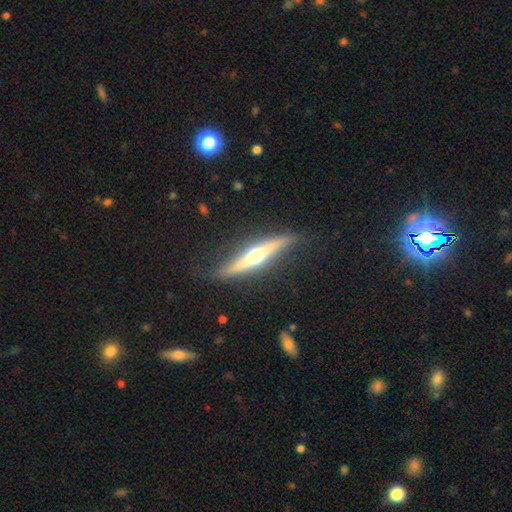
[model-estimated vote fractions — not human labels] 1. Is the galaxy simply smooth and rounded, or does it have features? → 76% featured or disk, 19% smooth, 5% star or artifact.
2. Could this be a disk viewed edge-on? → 96% yes, 4% no.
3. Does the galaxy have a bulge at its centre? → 94% rounded, 3% none, 3% boxy.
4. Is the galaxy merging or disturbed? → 84% none, 11% minor disturbance, 3% major disturbance, 1% merger.